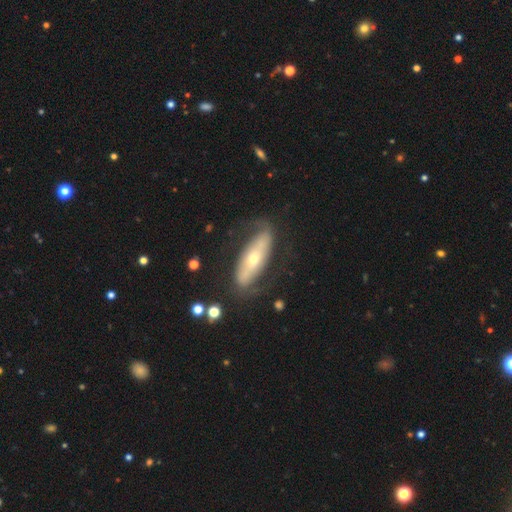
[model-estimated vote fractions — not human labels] Smooth or featured? featured or disk (64%)
Edge-on disk? no (71%)
Merging? none (73%)